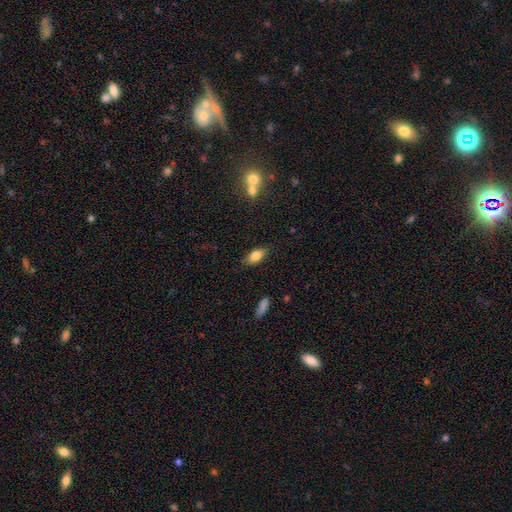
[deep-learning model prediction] smooth-or-featured: smooth: 80% | featured or disk: 12% | star or artifact: 8%
  how-rounded: in between: 86% | cigar-shaped: 10% | round: 4%
  merging: none: 82% | minor disturbance: 13% | major disturbance: 3% | merger: 2%